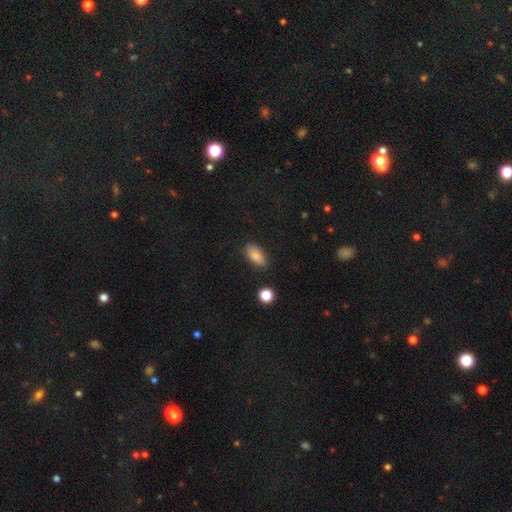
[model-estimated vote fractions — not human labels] The model was most divided on "merging": none: 83%, minor disturbance: 12%, major disturbance: 3%, merger: 2%. More confident: how rounded — in between (88%); smooth or featured — smooth (84%).